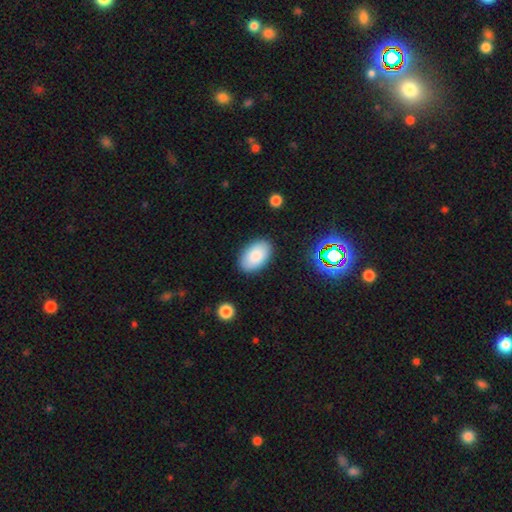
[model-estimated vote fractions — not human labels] Smooth or featured?
  - smooth: 84% *
  - featured or disk: 8%
  - star or artifact: 7%
How rounded?
  - in between: 93% *
  - round: 6%
  - cigar-shaped: 1%
Merging?
  - none: 87% *
  - minor disturbance: 9%
  - major disturbance: 2%
  - merger: 1%